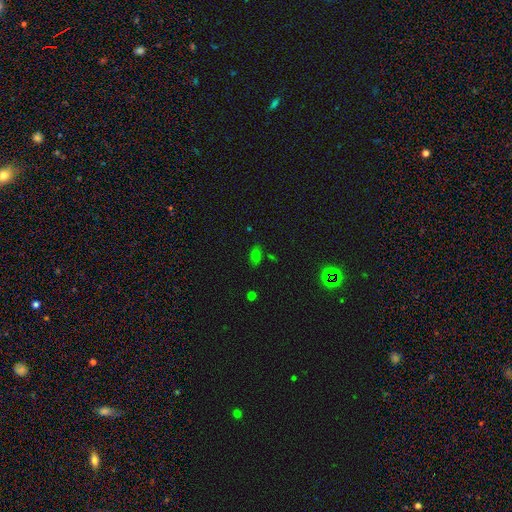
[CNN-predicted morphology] type=smooth (64%); roundness=in between (84%); merging=none (77%).